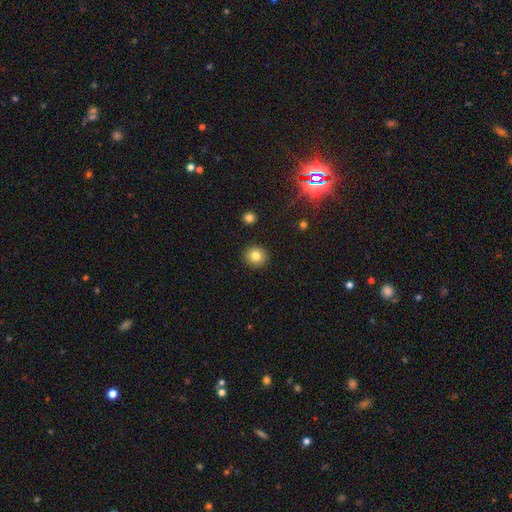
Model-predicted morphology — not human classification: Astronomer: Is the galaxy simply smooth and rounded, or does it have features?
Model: smooth — 82%.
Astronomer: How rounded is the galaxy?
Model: round — 90%.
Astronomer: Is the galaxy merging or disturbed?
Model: none — 92%.